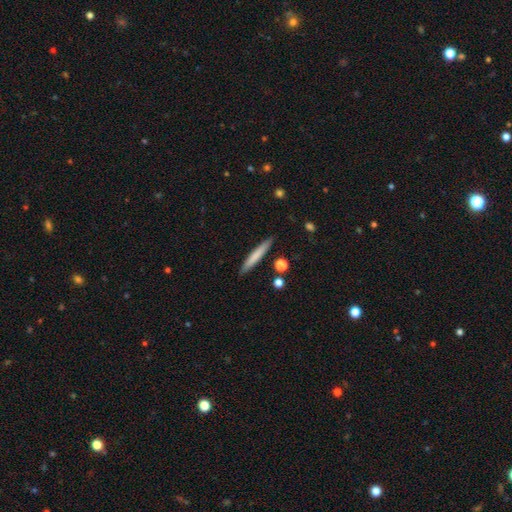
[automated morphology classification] A smooth galaxy with no disk features (70%) that is cigar-shaped (95%). Merging: none (89%).